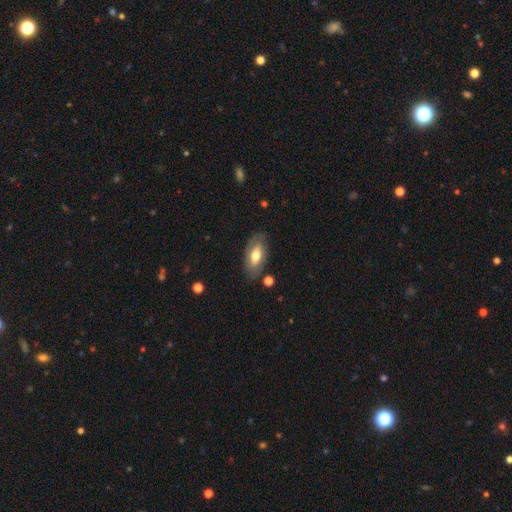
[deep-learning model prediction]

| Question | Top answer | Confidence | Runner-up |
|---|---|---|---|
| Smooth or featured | smooth | 61% | featured or disk (33%) |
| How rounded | in between | 90% | cigar-shaped (6%) |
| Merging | none | 78% | minor disturbance (15%) |